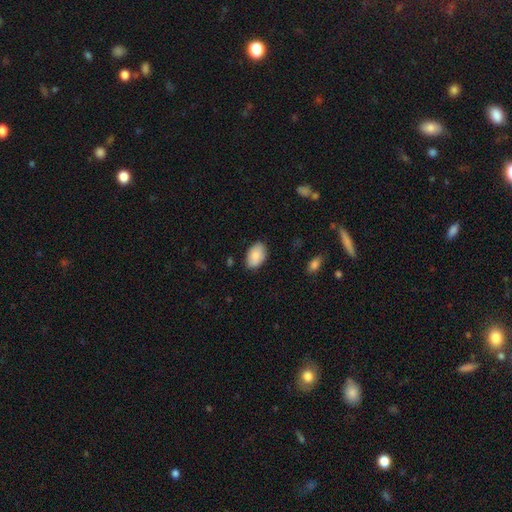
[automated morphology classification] smooth 86%, featured or disk 8%, star or artifact 6%. Down the decision tree: how rounded — in between (91%); merging — none (81%).